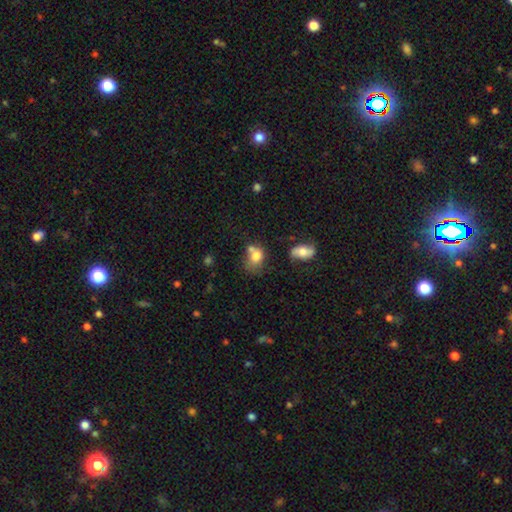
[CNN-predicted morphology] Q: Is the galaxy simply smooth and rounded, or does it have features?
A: smooth — 74%.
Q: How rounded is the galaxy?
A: in between — 57%.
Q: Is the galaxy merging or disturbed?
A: merger — 37%.